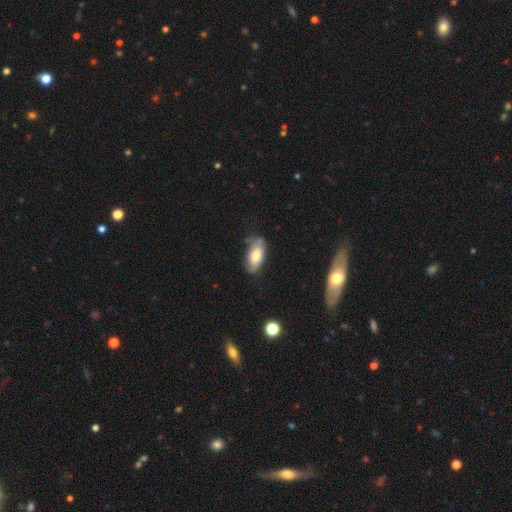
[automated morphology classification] smooth_or_featured: smooth (p=0.65) [alt: featured or disk p=0.28]
how_rounded: in between (p=0.90) [alt: cigar-shaped p=0.07]
merging: none (p=0.63) [alt: minor disturbance p=0.27]